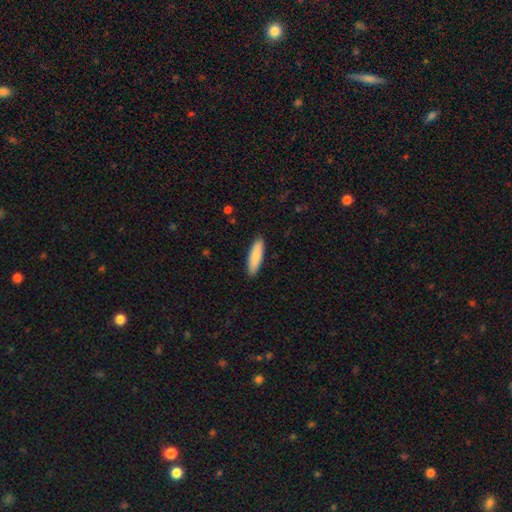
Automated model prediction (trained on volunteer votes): Smooth or featured: smooth — 86% (featured or disk — 8%)
How rounded: cigar-shaped — 60% (in between — 39%)
Merging: none — 90% (minor disturbance — 7%)